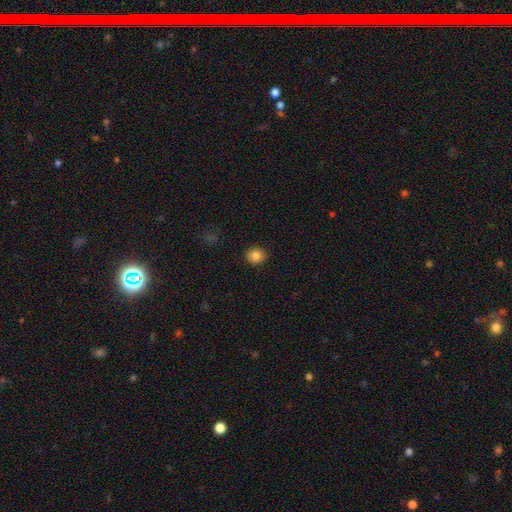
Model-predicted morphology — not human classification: Overall: smooth (85%). How rounded: round (90%). Merging: none (92%).